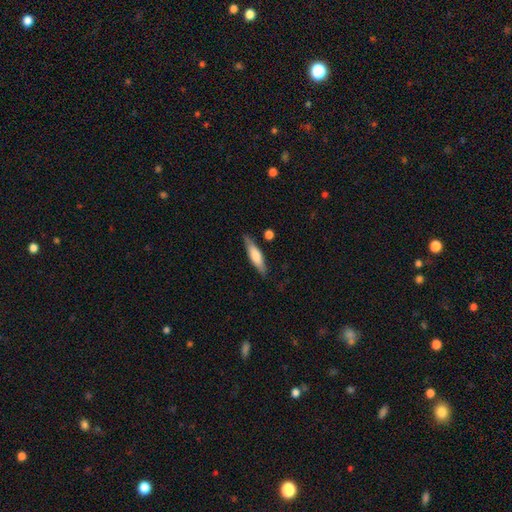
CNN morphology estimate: Smooth or featured?
  - smooth: 62% *
  - featured or disk: 32%
  - star or artifact: 6%
How rounded?
  - cigar-shaped: 71% *
  - in between: 27%
  - round: 2%
Merging?
  - none: 81% *
  - minor disturbance: 13%
  - major disturbance: 3%
  - merger: 3%